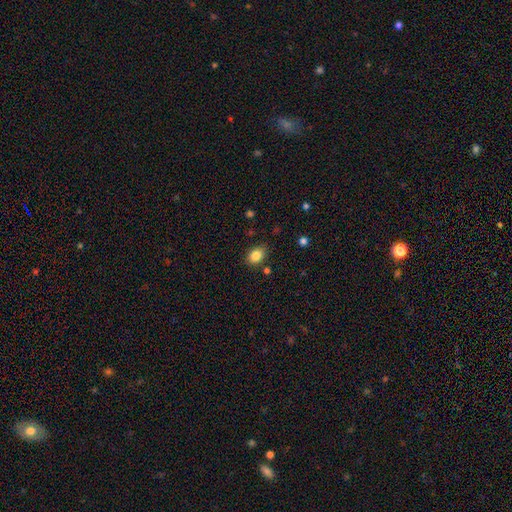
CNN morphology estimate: smooth_or_featured: smooth (p=0.85) [alt: star or artifact p=0.09]
how_rounded: in between (p=0.70) [alt: round p=0.29]
merging: none (p=0.81) [alt: minor disturbance p=0.13]